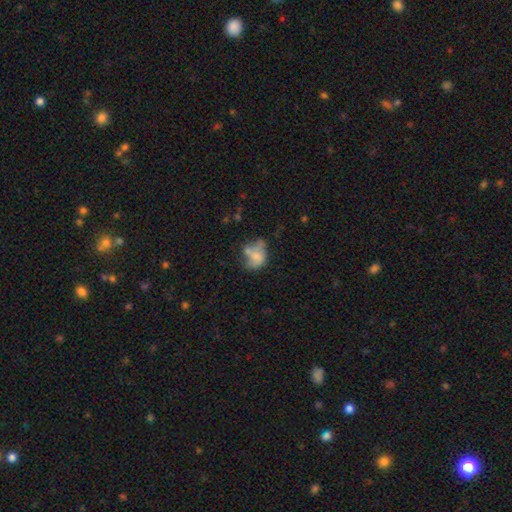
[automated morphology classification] smooth 48%, featured or disk 41%, star or artifact 11%. Down the decision tree: merging — none (31%).